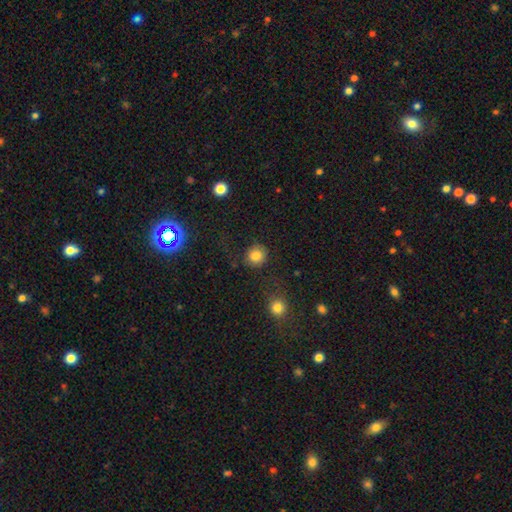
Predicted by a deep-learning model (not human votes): smooth_or_featured: smooth (p=0.82) [alt: star or artifact p=0.12]
how_rounded: round (p=0.90) [alt: in between p=0.09]
merging: none (p=0.81) [alt: minor disturbance p=0.10]